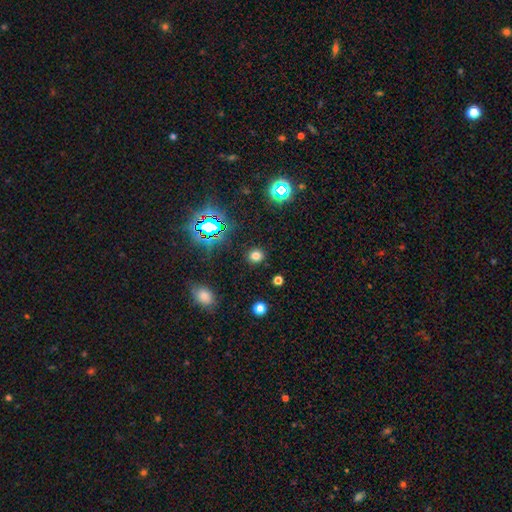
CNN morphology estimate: Smooth or featured? smooth (73%)
How rounded? round (84%)
Merging? none (90%)